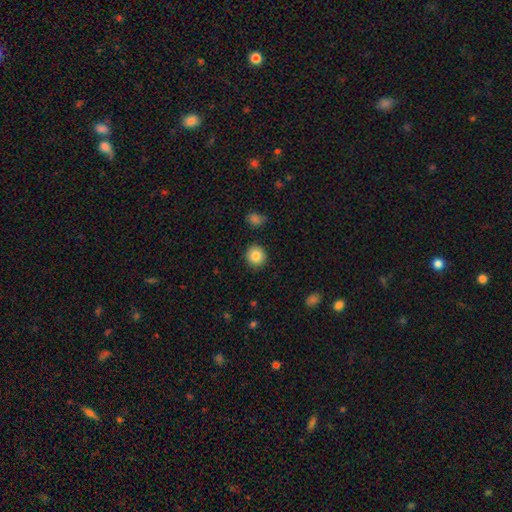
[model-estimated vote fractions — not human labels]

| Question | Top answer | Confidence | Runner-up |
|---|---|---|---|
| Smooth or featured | smooth | 85% | star or artifact (9%) |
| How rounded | round | 89% | in between (10%) |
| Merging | none | 90% | minor disturbance (7%) |